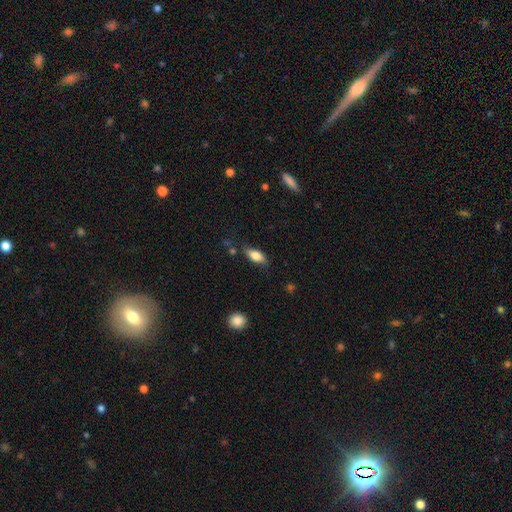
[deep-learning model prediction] smooth_or_featured: smooth (p=0.78) [alt: featured or disk p=0.15]
how_rounded: in between (p=0.83) [alt: cigar-shaped p=0.14]
merging: none (p=0.78) [alt: minor disturbance p=0.15]